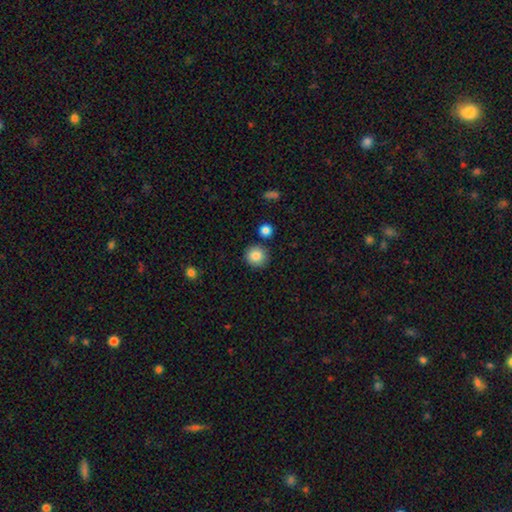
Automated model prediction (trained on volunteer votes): Overall: smooth (87%). How rounded: round (90%). Merging: none (86%).